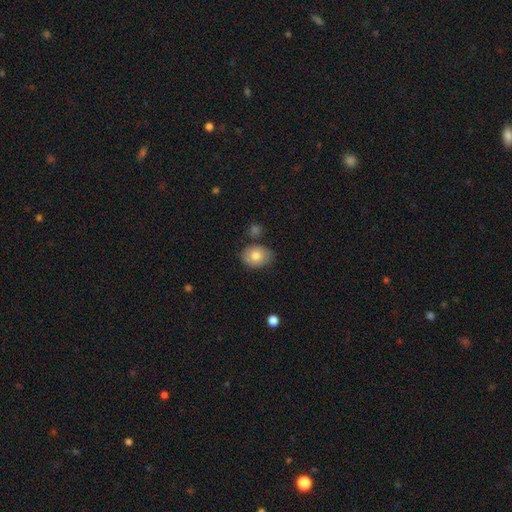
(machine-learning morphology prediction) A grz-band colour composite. It shows a smooth galaxy with no disk features (79%) that is in between round and cigar-shaped (55%). Merging: none (73%).